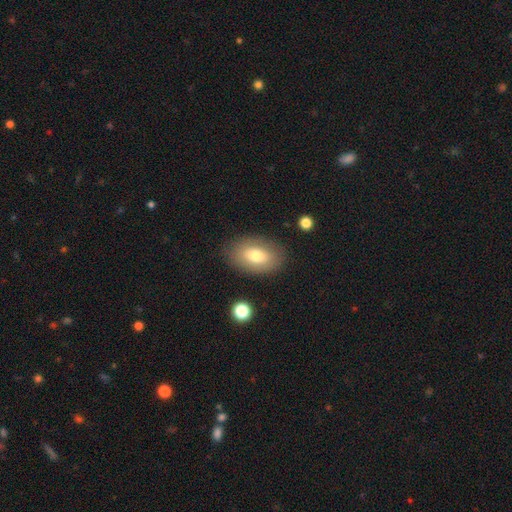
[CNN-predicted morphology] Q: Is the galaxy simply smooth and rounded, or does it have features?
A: smooth — 73%.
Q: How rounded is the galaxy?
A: in between — 89%.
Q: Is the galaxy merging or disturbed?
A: none — 83%.